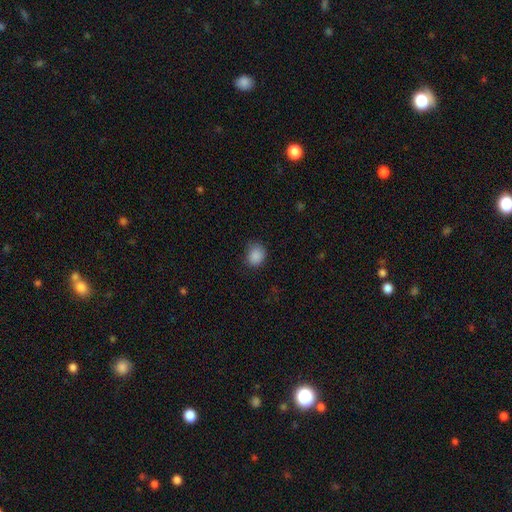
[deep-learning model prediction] Smooth or featured?
  - smooth: 88% *
  - star or artifact: 9%
  - featured or disk: 3%
How rounded?
  - round: 65% *
  - in between: 34%
  - cigar-shaped: 1%
Merging?
  - none: 77% *
  - minor disturbance: 18%
  - major disturbance: 4%
  - merger: 1%